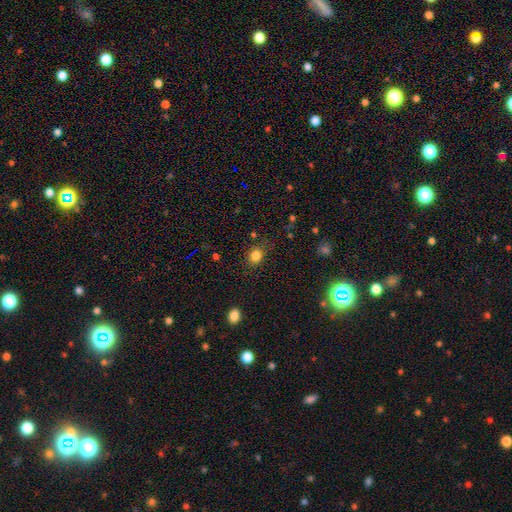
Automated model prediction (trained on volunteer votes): Smooth or featured: smooth — 82% (star or artifact — 12%)
How rounded: round — 61% (in between — 37%)
Merging: none — 79% (minor disturbance — 14%)